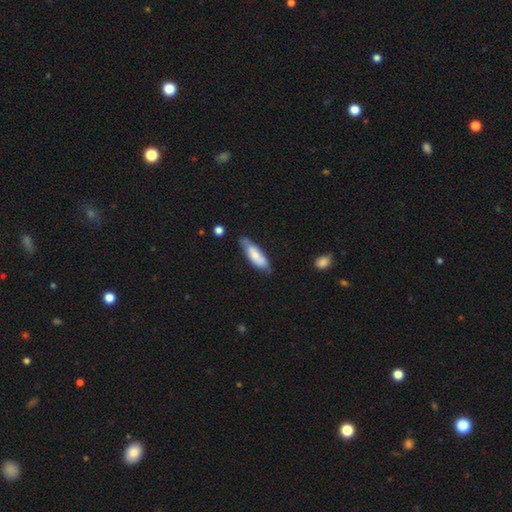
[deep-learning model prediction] A smooth galaxy with no disk features (70%) that is in between round and cigar-shaped (51%). Merging: none (66%).